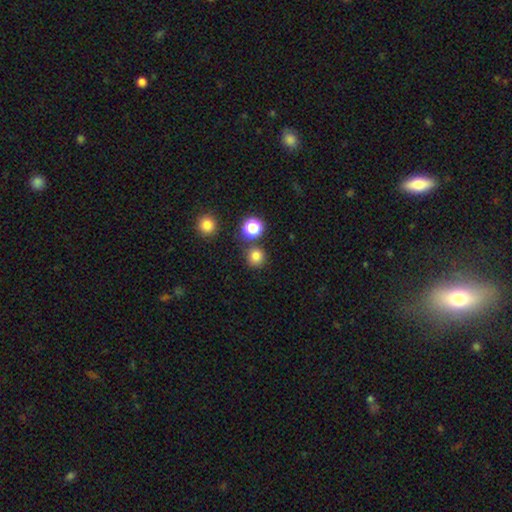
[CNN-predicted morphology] smooth_or_featured: smooth (p=0.79) [alt: star or artifact p=0.16]
how_rounded: round (p=0.93) [alt: in between p=0.06]
merging: none (p=0.81) [alt: merger p=0.08]